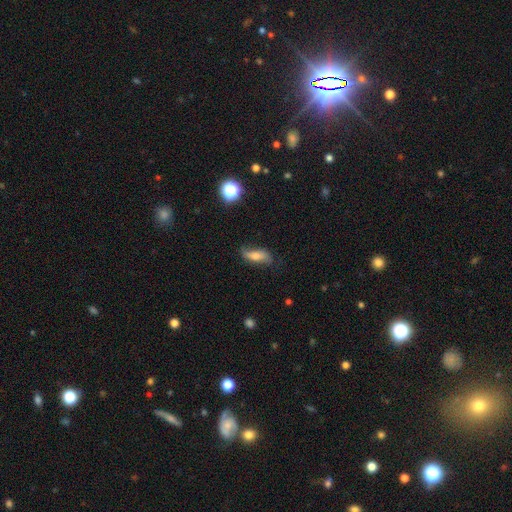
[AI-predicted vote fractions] This appears to be a smooth galaxy with no disk features (53%) that is in between round and cigar-shaped (65%). Merging: none (63%).